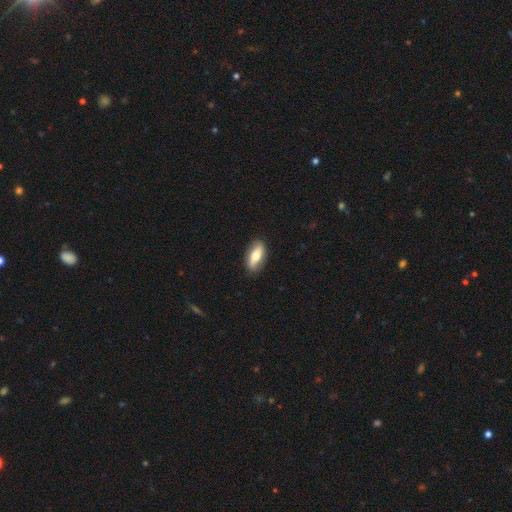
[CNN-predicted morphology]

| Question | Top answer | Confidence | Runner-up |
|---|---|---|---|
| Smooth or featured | smooth | 60% | featured or disk (34%) |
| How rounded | in between | 81% | cigar-shaped (15%) |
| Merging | none | 87% | minor disturbance (10%) |